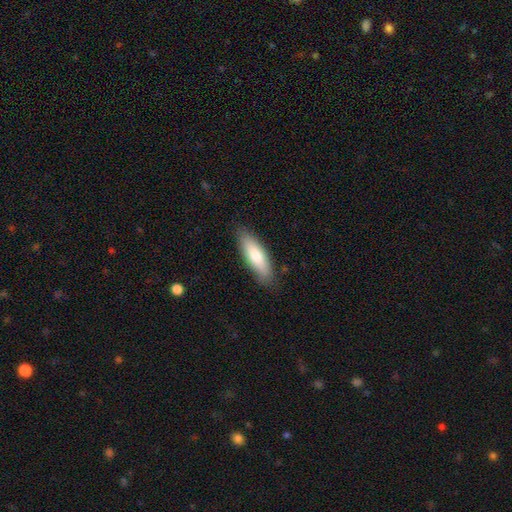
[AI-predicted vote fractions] Q: Smooth or featured?
A: smooth (76%); runner-up: featured or disk (19%)
Q: How rounded?
A: in between (51%); runner-up: cigar-shaped (47%)
Q: Merging?
A: none (86%); runner-up: minor disturbance (11%)